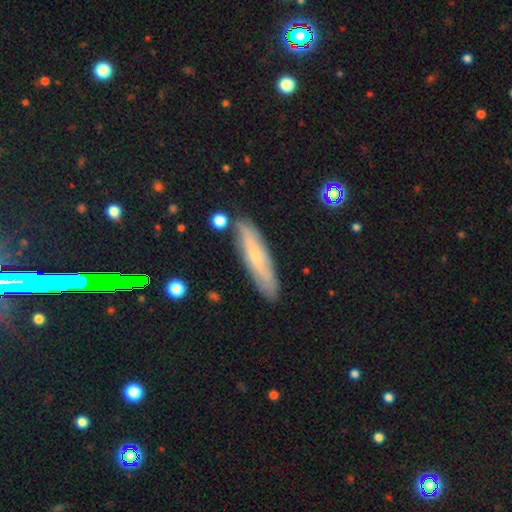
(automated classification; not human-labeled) This is possibly a featured or disk galaxy (48%). Merging: clearly none (84%).